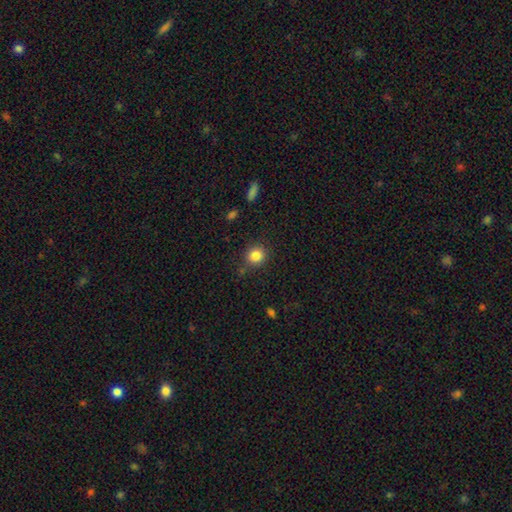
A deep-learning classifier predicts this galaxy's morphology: Smooth or featured? smooth (84%)
How rounded? round (87%)
Merging? none (83%)